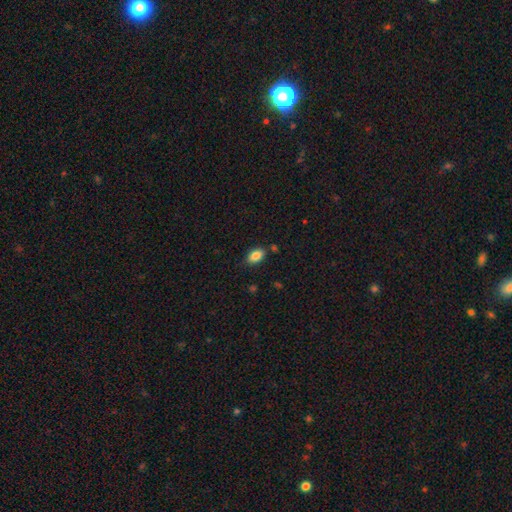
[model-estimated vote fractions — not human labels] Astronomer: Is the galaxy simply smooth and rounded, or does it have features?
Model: smooth — 85%.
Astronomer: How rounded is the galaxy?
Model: in between — 89%.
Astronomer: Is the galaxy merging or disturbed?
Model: none — 80%.